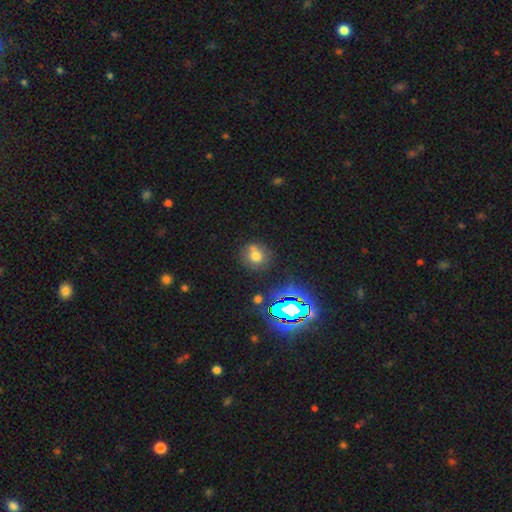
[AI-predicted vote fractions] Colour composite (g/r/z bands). It shows a smooth galaxy with no disk features (66%) that is round (82%). Merging: none (65%).